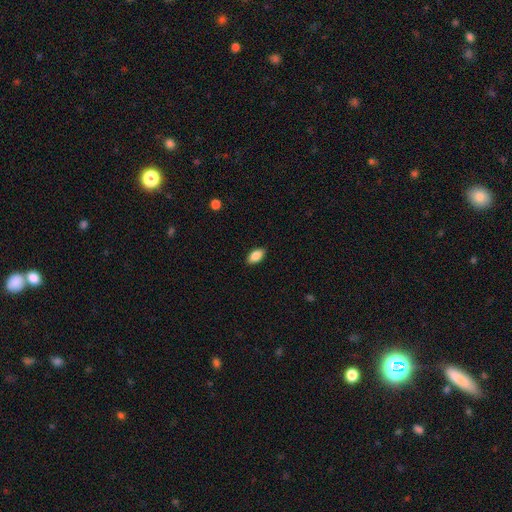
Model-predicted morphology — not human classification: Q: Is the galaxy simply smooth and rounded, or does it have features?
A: smooth — 87%.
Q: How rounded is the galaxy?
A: in between — 93%.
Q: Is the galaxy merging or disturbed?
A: none — 89%.